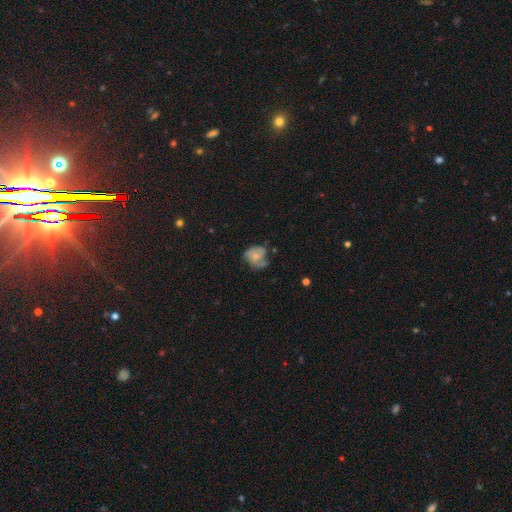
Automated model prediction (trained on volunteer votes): This appears to be a featured or disk galaxy (47%). Merging: none (39%).